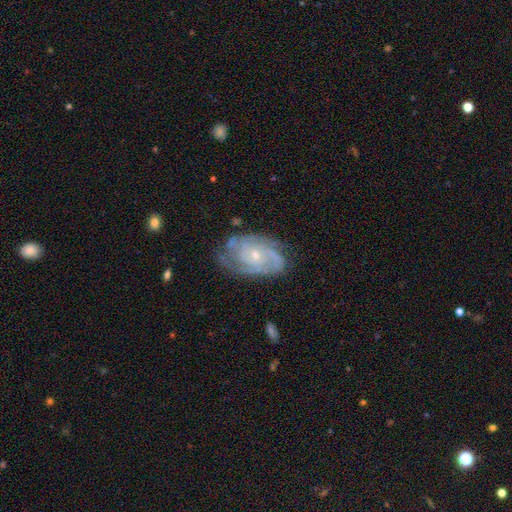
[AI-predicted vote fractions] Smooth or featured?
  - featured or disk: 87% *
  - smooth: 8%
  - star or artifact: 5%
Edge-on disk?
  - no: 97% *
  - yes: 3%
Bar?
  - no: 73% *
  - weak: 23%
  - strong: 4%
Spiral arms?
  - yes: 96% *
  - no: 4%
Spiral winding?
  - tight: 62% *
  - medium: 32%
  - loose: 6%
Spiral arm count?
  - 2: 31% *
  - 3: 27%
  - can't tell: 22%
  - 4: 9%
  - 1: 5%
  - more than 4: 5%
Bulge size?
  - small: 70% *
  - moderate: 27%
  - none: 1%
  - large: 1%
  - dominant: 1%
Merging?
  - none: 66% *
  - minor disturbance: 23%
  - major disturbance: 9%
  - merger: 2%